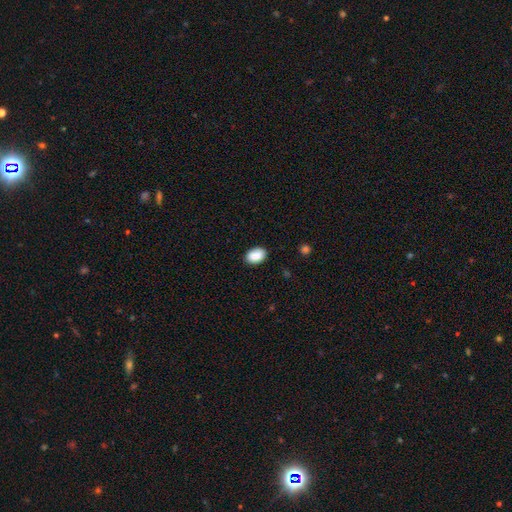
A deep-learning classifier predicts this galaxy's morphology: Smooth or featured? Predicted: smooth (p=0.89). How rounded? Predicted: in between (p=0.85). Merging? Predicted: none (p=0.86).